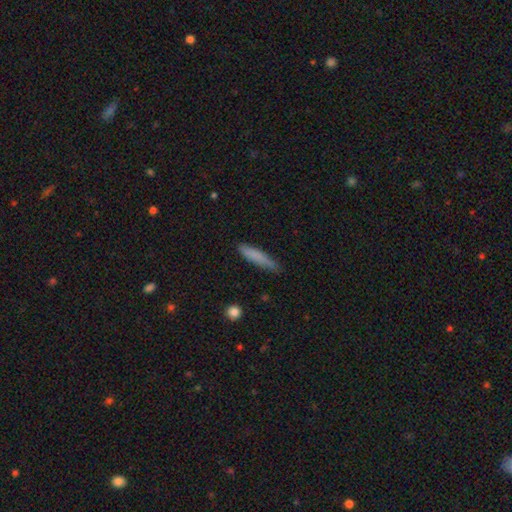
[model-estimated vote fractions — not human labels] This appears to be a smooth galaxy with no disk features (81%) that is cigar-shaped (87%). Merging: none (72%).